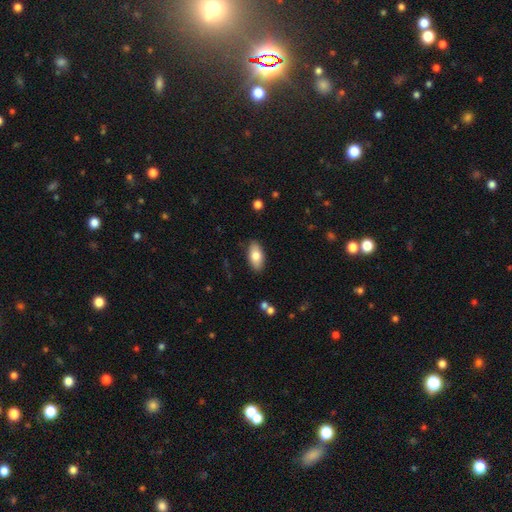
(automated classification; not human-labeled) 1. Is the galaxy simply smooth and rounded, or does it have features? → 79% smooth, 14% featured or disk, 6% star or artifact.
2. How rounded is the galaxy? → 91% in between, 6% cigar-shaped, 3% round.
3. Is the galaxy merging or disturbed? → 87% none, 10% minor disturbance, 2% major disturbance, 1% merger.